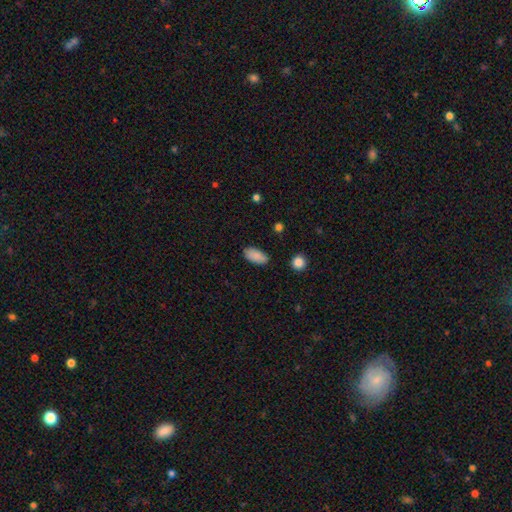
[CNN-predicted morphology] Q: Smooth or featured?
A: smooth (88%); runner-up: star or artifact (7%)
Q: How rounded?
A: in between (93%); runner-up: cigar-shaped (5%)
Q: Merging?
A: none (85%); runner-up: minor disturbance (11%)